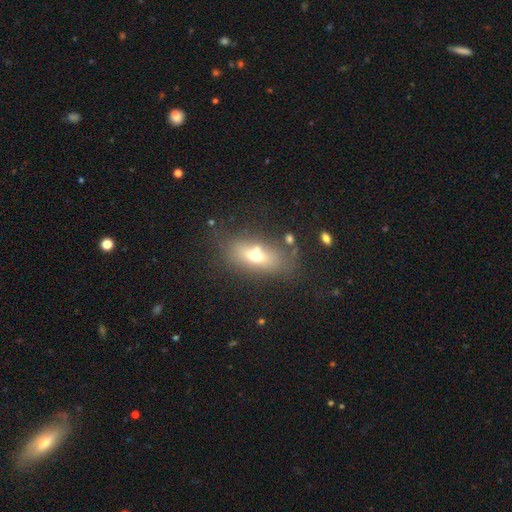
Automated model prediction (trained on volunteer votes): Smooth or featured: smooth — 57% (featured or disk — 30%)
How rounded: in between — 75% (round — 14%)
Merging: none — 60% (minor disturbance — 18%)